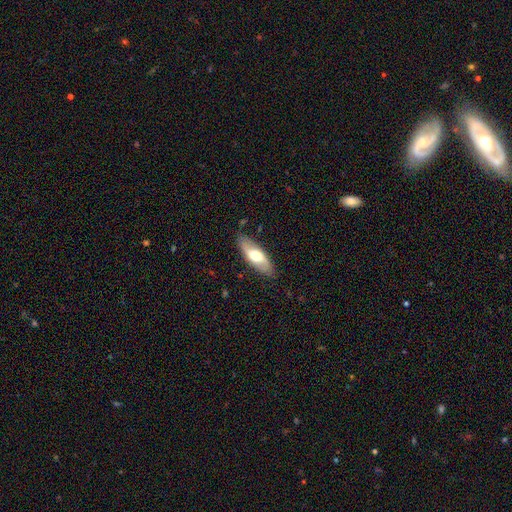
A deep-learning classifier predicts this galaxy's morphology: A smooth galaxy with no disk features (50%) that is in between round and cigar-shaped (70%).

Vote fractions:
- Smooth or featured? smooth: 50% / featured or disk: 44% / star or artifact: 5%
- How rounded? in between: 70% / cigar-shaped: 27% / round: 3%
- Merging? none: 82% / minor disturbance: 14% / major disturbance: 3% / merger: 1%